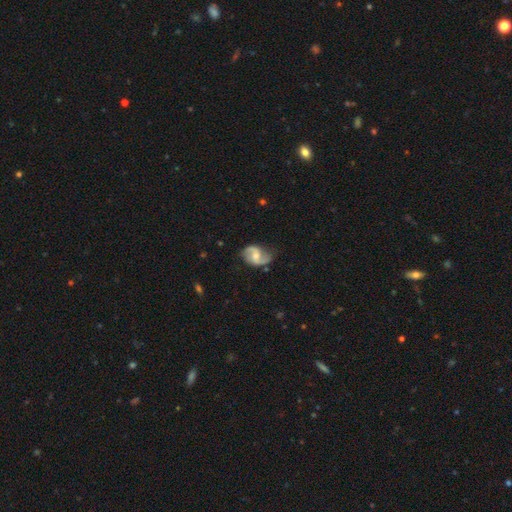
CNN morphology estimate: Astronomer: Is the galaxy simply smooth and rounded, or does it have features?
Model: featured or disk — 81%.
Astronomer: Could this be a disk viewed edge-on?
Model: no — 97%.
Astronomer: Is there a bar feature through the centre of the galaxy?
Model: weak — 47% (runner-up: no, 39%).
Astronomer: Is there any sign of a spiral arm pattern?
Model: yes — 94%.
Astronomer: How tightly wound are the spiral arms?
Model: loose — 50% (runner-up: medium, 39%).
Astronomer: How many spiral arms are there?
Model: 2 — 90%.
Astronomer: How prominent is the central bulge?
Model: moderate — 59%.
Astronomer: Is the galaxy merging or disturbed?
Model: none — 69%.